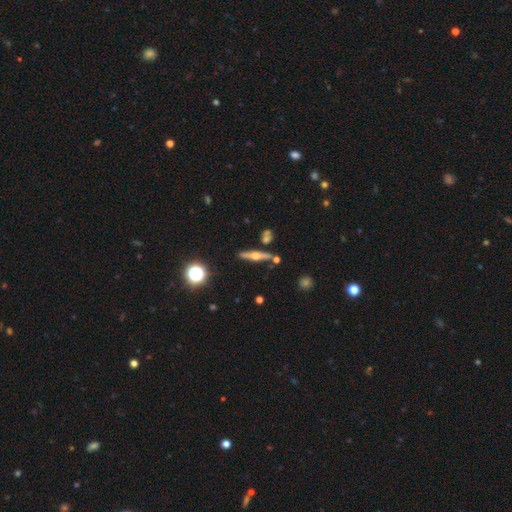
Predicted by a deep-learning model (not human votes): A featured or disk galaxy (70%) viewed edge-on (96%) with a rounded central bulge (94%).

Vote fractions:
- Smooth or featured? featured or disk: 70% / smooth: 22% / star or artifact: 8%
- Edge-on disk? yes: 96% / no: 4%
- Edge-on bulge? rounded: 94% / boxy: 4% / none: 2%
- Merging? none: 81% / minor disturbance: 10% / merger: 7% / major disturbance: 3%